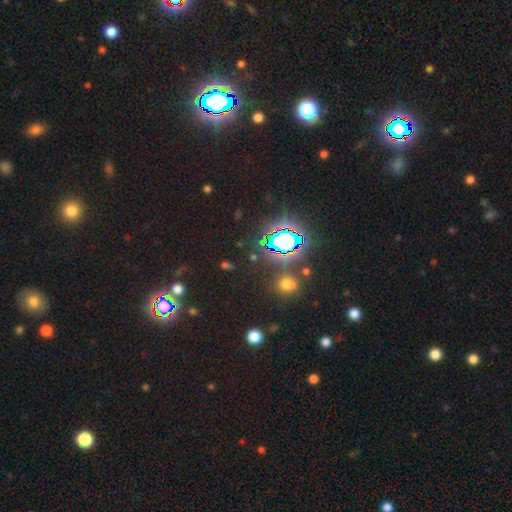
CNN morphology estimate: This is likely a star or artifact rather than a galaxy (73%).